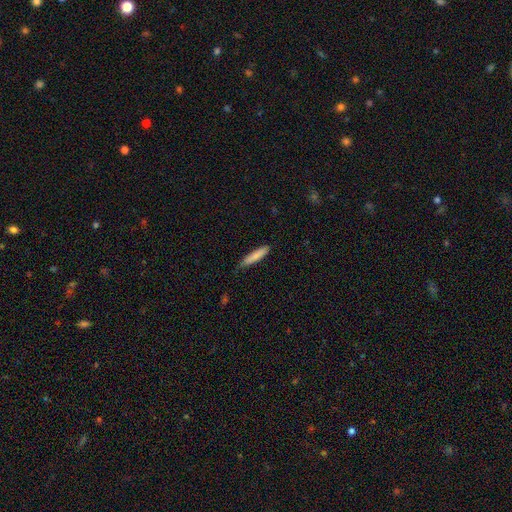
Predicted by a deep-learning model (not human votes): Overall: smooth (81%). How rounded: cigar-shaped (88%). Merging: none (77%).